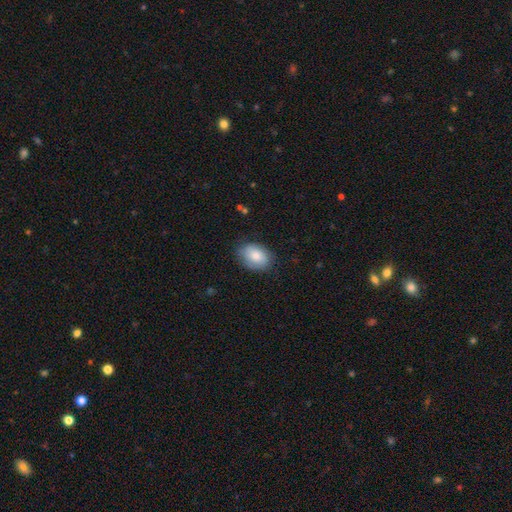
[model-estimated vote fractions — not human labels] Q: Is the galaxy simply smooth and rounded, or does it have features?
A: smooth — 80%.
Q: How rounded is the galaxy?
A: in between — 74%.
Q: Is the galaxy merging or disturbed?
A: none — 79%.